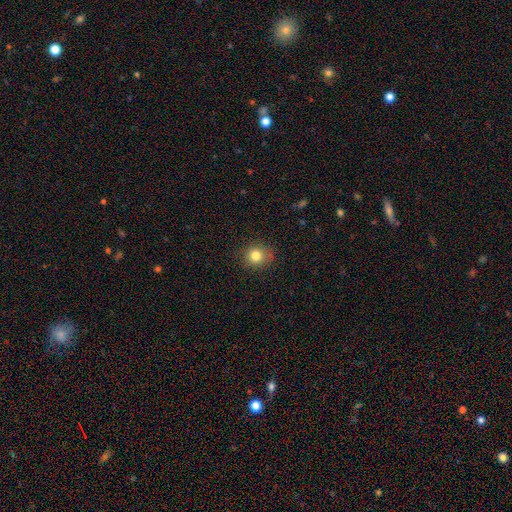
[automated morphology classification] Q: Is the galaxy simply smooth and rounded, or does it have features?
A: smooth — 81%.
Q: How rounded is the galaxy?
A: round — 83%.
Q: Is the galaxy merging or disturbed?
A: none — 86%.